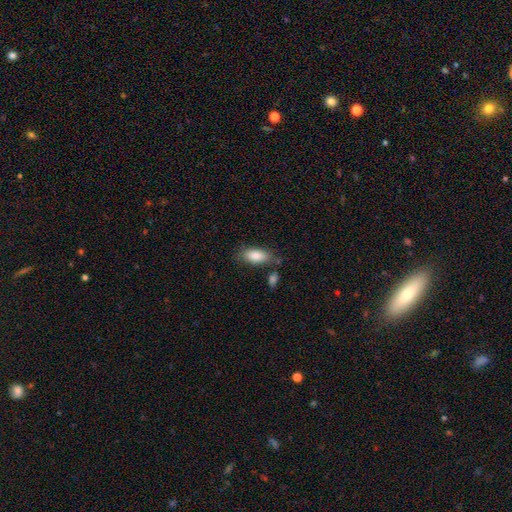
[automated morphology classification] smooth-or-featured: smooth: 85% | featured or disk: 8% | star or artifact: 6%
  how-rounded: in between: 86% | cigar-shaped: 12% | round: 2%
  merging: none: 70% | minor disturbance: 18% | merger: 8% | major disturbance: 5%